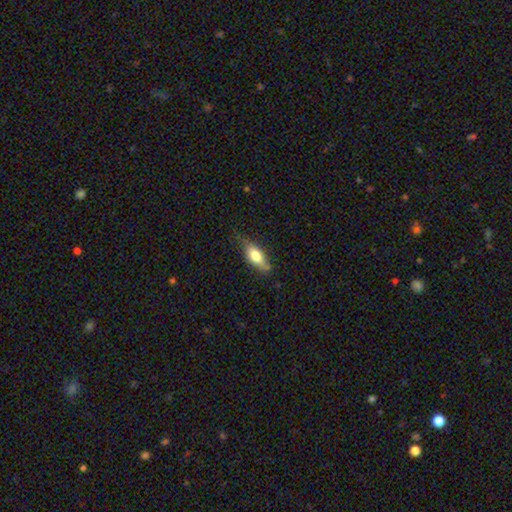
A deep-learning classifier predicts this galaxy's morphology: smooth-or-featured: smooth: 66% | featured or disk: 28% | star or artifact: 7%
  how-rounded: in between: 74% | cigar-shaped: 22% | round: 4%
  merging: none: 66% | minor disturbance: 27% | major disturbance: 6% | merger: 2%